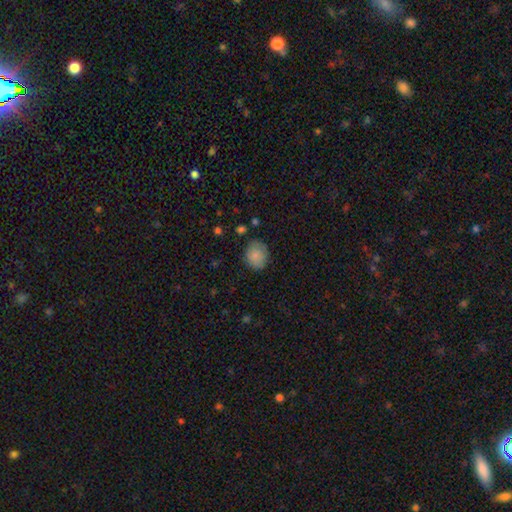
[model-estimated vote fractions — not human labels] Overall: smooth (84%). How rounded: round (62%; in between 37%). Merging: none (78%).